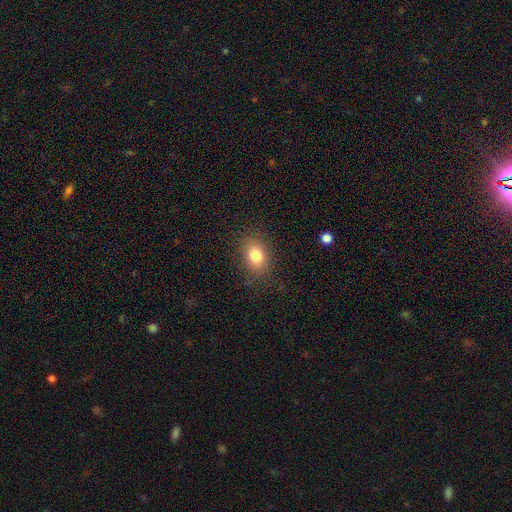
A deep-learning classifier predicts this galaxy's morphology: Smooth or featured? smooth (80%)
How rounded? in between (69%)
Merging? none (85%)